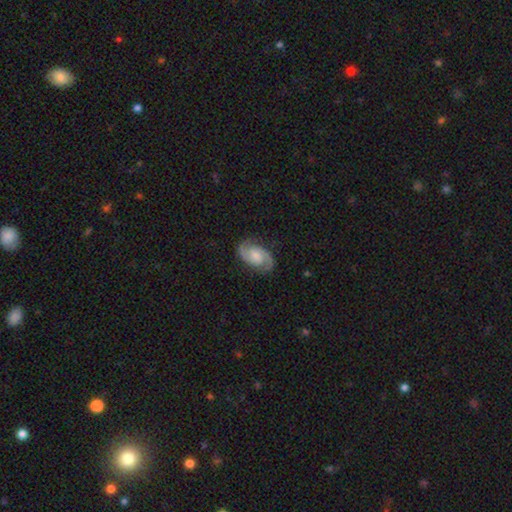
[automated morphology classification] smooth_or_featured: featured or disk (p=0.87) [alt: smooth p=0.08]
disk_edge_on: no (p=0.98) [alt: yes p=0.02]
bar: weak (p=0.45) [alt: no p=0.44]
has_spiral_arms: yes (p=0.98) [alt: no p=0.02]
spiral_winding: medium (p=0.55) [alt: tight p=0.33]
spiral_arm_count: 2 (p=0.94) [alt: can't tell p=0.02]
bulge_size: moderate (p=0.39) [alt: small p=0.27]
merging: none (p=0.84) [alt: minor disturbance p=0.11]